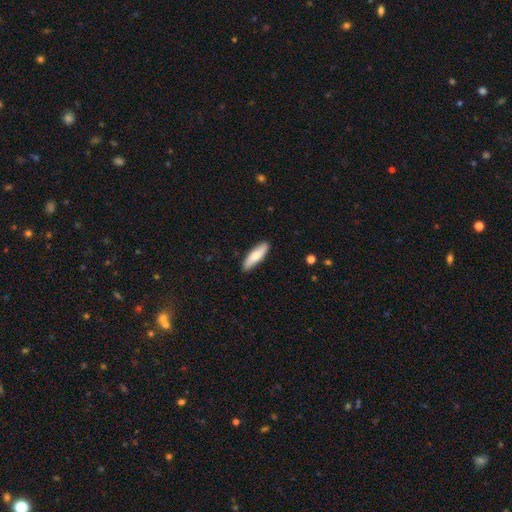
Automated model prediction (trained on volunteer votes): The model was most divided on "how rounded": cigar-shaped: 64%, in between: 35%, round: 2%. More confident: merging — none (89%); smooth or featured — smooth (78%).